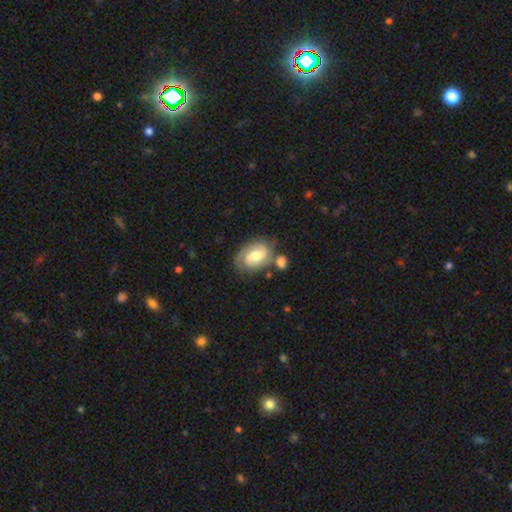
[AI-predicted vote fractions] Q: Smooth or featured?
A: featured or disk (66%); runner-up: smooth (28%)
Q: Edge-on disk?
A: no (96%); runner-up: yes (4%)
Q: Bar?
A: weak (47%); runner-up: no (39%)
Q: Spiral arms?
A: yes (89%); runner-up: no (11%)
Q: Spiral winding?
A: tight (47%); runner-up: medium (40%)
Q: Spiral arm count?
A: 2 (73%); runner-up: can't tell (14%)
Q: Bulge size?
A: moderate (65%); runner-up: small (17%)
Q: Merging?
A: none (58%); runner-up: minor disturbance (19%)